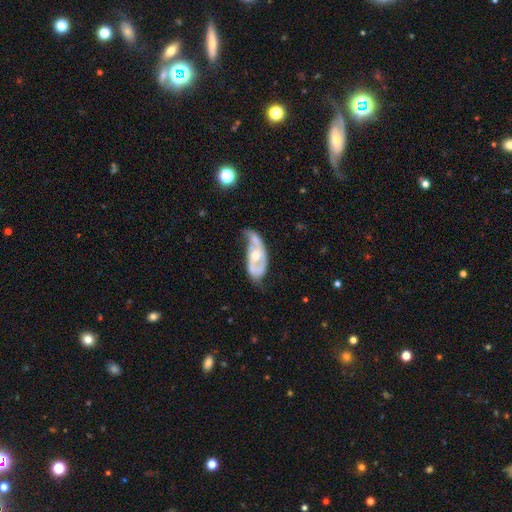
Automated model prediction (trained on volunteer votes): smooth-or-featured: featured or disk: 74% | smooth: 21% | star or artifact: 6%
  disk-edge-on: no: 92% | yes: 8%
    bar: no: 67% | weak: 25% | strong: 7%
    has-spiral-arms: yes: 70% | no: 30%
    bulge-size: moderate: 65% | small: 25% | large: 6% | none: 3% | dominant: 1%
  merging: major disturbance: 33% | minor disturbance: 29% | none: 27% | merger: 12%